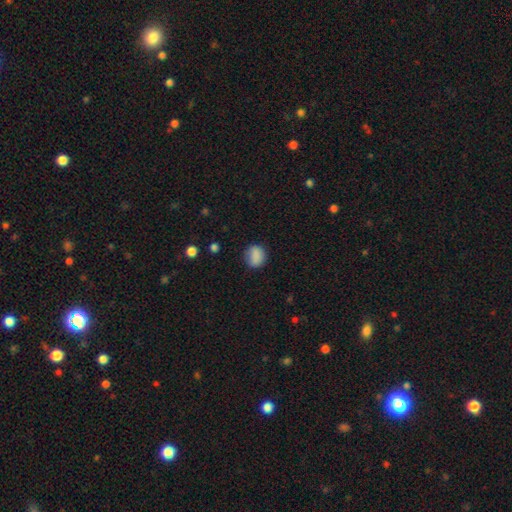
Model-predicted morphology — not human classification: smooth_or_featured: smooth (p=0.85) [alt: star or artifact p=0.09]
how_rounded: round (p=0.60) [alt: in between p=0.39]
merging: none (p=0.74) [alt: minor disturbance p=0.19]